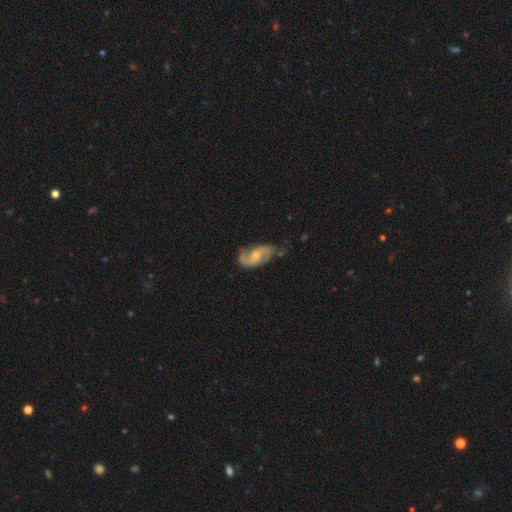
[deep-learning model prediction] Q: Smooth or featured?
A: featured or disk (79%); runner-up: smooth (16%)
Q: Edge-on disk?
A: no (97%); runner-up: yes (3%)
Q: Bar?
A: no (51%); runner-up: weak (41%)
Q: Spiral arms?
A: yes (95%); runner-up: no (5%)
Q: Spiral winding?
A: medium (49%); runner-up: loose (31%)
Q: Spiral arm count?
A: 2 (87%); runner-up: can't tell (6%)
Q: Bulge size?
A: small (49%); runner-up: moderate (39%)
Q: Merging?
A: none (64%); runner-up: minor disturbance (24%)